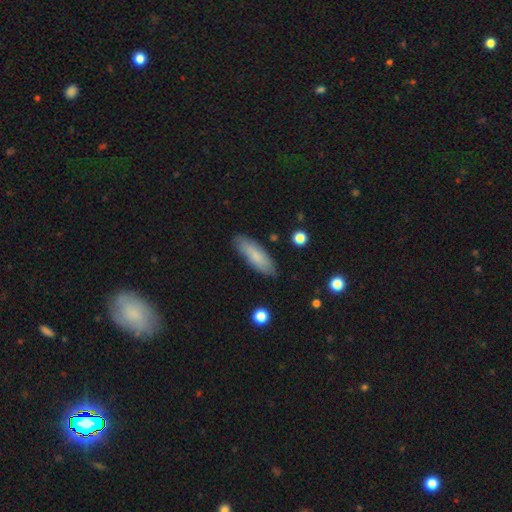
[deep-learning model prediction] Smooth or featured? smooth (77%)
How rounded? cigar-shaped (50%)
Merging? none (84%)